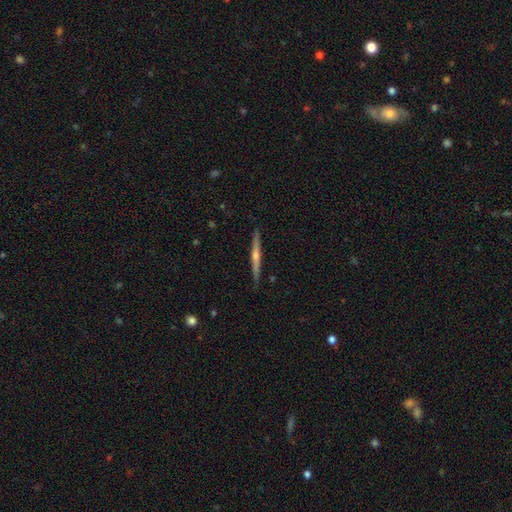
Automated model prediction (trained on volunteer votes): Q: Smooth or featured?
A: featured or disk (73%); runner-up: smooth (22%)
Q: Edge-on disk?
A: yes (98%); runner-up: no (2%)
Q: Edge-on bulge?
A: rounded (83%); runner-up: none (13%)
Q: Merging?
A: none (90%); runner-up: minor disturbance (8%)